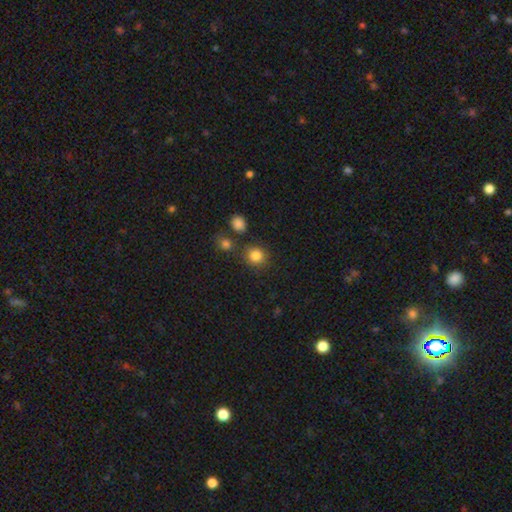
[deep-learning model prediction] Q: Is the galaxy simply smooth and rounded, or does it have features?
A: smooth — 84%.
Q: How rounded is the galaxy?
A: round — 89%.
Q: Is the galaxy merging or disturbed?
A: none — 80%.